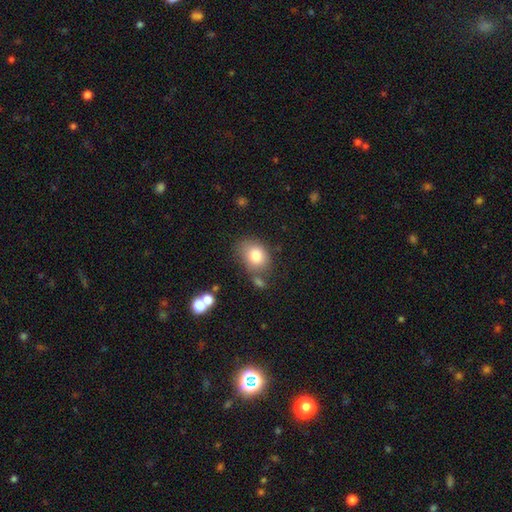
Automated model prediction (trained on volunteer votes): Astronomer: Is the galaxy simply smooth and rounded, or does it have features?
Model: smooth — 81%.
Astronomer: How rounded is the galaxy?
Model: in between — 62% (runner-up: round, 37%).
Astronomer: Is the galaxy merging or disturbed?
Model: none — 61%.